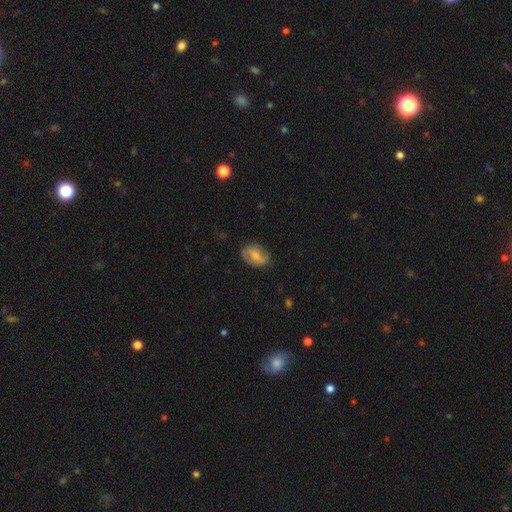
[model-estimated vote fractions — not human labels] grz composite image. It shows a smooth galaxy with no disk features (49%). Merging: none (76%).